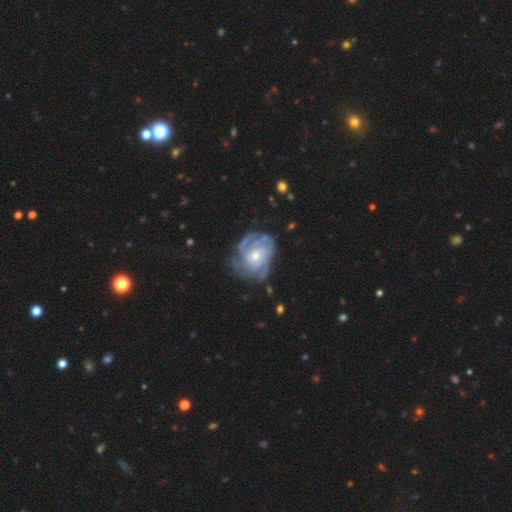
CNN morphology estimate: This is clearly a featured or disk galaxy (85%). It is clearly not viewed edge-on (97%). Bar: likely no (74%). Spiral arm pattern: clearly yes (94%). Spiral arm count: marginally can't tell (33%). Spiral winding: likely tight (61%). Central bulge: possibly moderate (52%). Merging: likely none (65%).